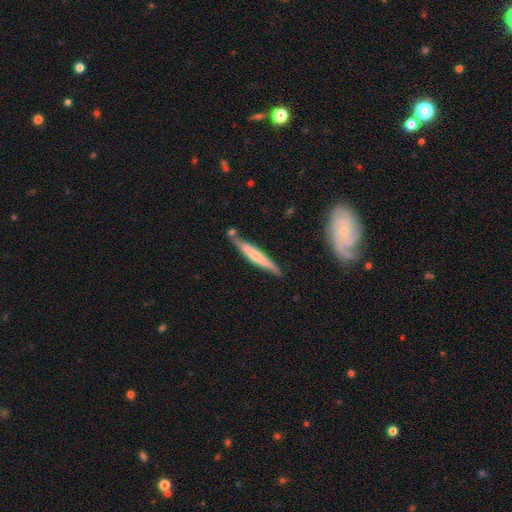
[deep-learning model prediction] A smooth galaxy with no disk features (51%) that is cigar-shaped (94%). Merging: none (75%).